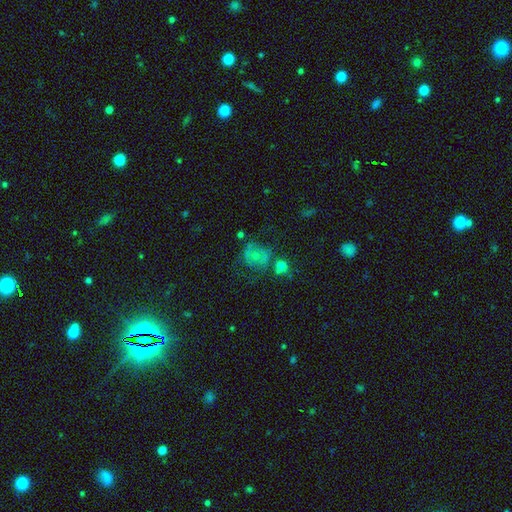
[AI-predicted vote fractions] A smooth galaxy with no disk features (50%).

Vote fractions:
- Smooth or featured? smooth: 50% / featured or disk: 36% / star or artifact: 14%
- Merging? none: 44% / minor disturbance: 23% / major disturbance: 18% / merger: 14%